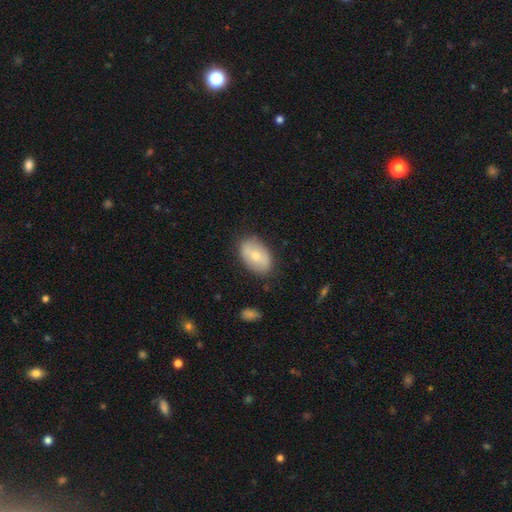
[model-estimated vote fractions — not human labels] Overall: smooth (64%; featured or disk 30%). How rounded: in between (89%). Merging: none (82%).